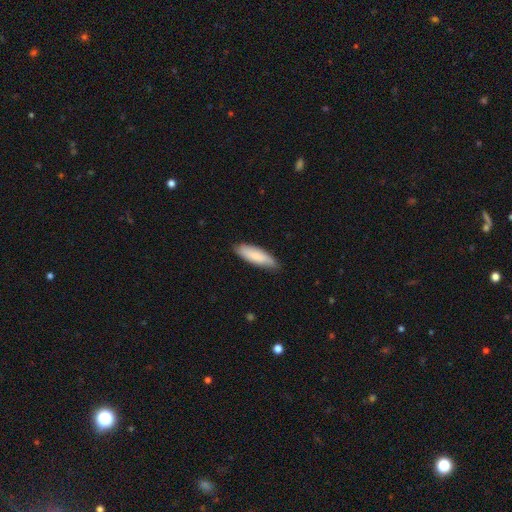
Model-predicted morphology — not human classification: Q: Smooth or featured?
A: smooth (79%); runner-up: featured or disk (15%)
Q: How rounded?
A: in between (50%); runner-up: cigar-shaped (49%)
Q: Merging?
A: none (82%); runner-up: minor disturbance (15%)